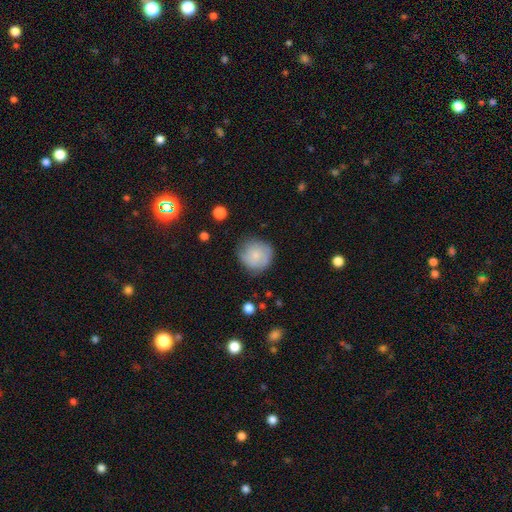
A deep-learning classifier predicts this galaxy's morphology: Smooth or featured? smooth (66%)
How rounded? round (90%)
Merging? none (71%)